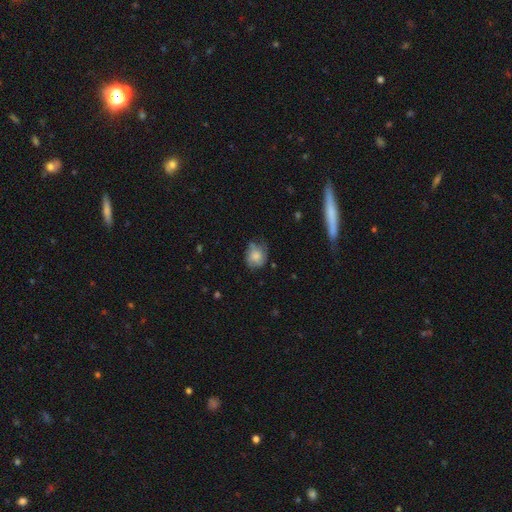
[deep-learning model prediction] This appears to be a smooth galaxy with no disk features (65%) that is round (63%). Merging: none (55%).